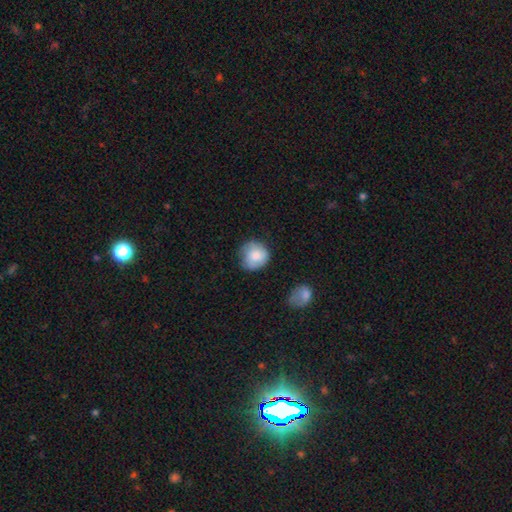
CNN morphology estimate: A smooth galaxy with no disk features (78%) that is round (86%). Merging: none (66%).